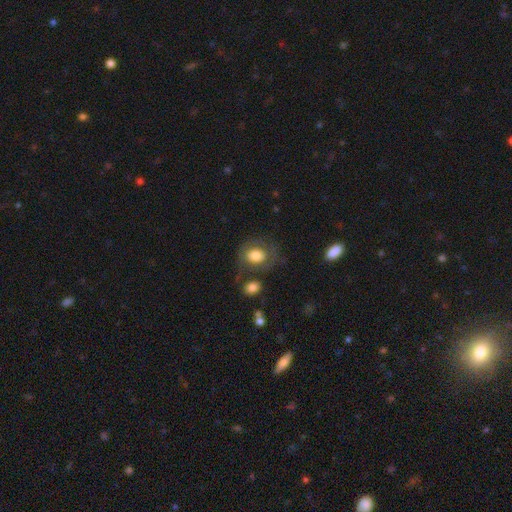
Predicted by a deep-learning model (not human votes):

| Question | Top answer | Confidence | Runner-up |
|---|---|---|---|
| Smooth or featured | smooth | 66% | featured or disk (26%) |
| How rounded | round | 53% | in between (46%) |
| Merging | none | 60% | minor disturbance (18%) |